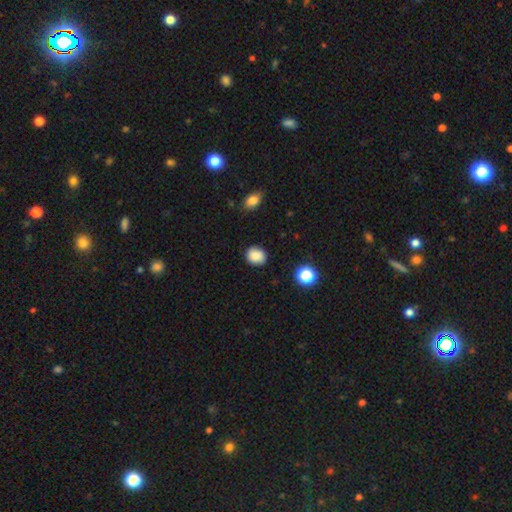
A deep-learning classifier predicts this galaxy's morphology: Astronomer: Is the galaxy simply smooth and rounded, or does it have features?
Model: smooth — 85%.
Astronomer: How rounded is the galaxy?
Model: round — 70%.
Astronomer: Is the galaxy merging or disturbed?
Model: none — 83%.